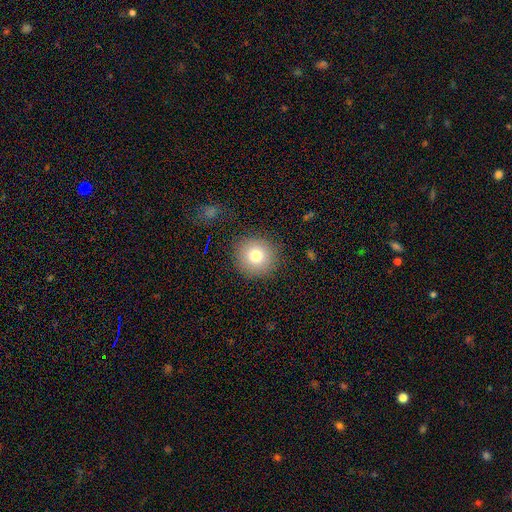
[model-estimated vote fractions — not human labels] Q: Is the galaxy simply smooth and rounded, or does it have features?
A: smooth — 79%.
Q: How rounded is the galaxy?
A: round — 92%.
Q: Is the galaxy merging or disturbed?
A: none — 87%.